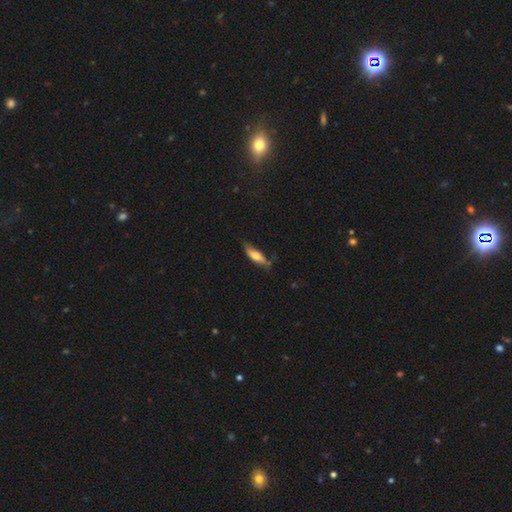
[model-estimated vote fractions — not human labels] Smooth or featured? Predicted: smooth (p=0.61). How rounded? Predicted: in between (p=0.51). Merging? Predicted: none (p=0.62).